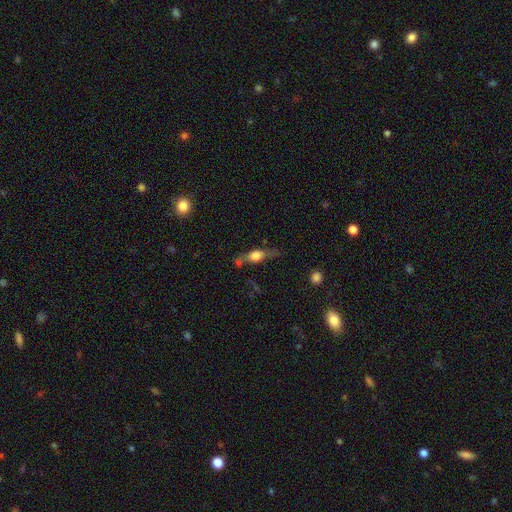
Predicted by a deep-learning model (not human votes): Q: Smooth or featured?
A: featured or disk (46%); runner-up: smooth (44%)
Q: Merging?
A: none (52%); runner-up: minor disturbance (22%)